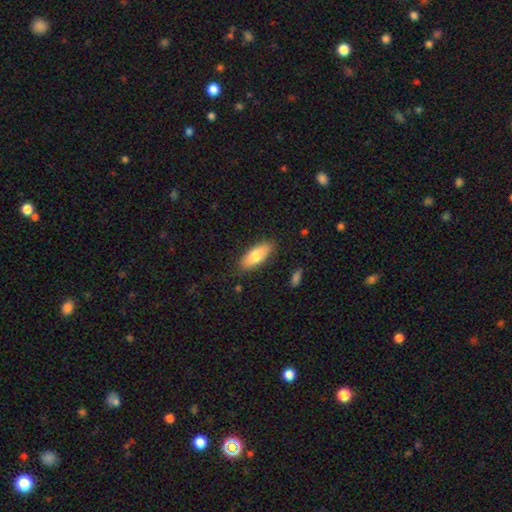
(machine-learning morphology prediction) A smooth galaxy with no disk features (77%) that is in between round and cigar-shaped (80%).

Vote fractions:
- Smooth or featured? smooth: 77% / featured or disk: 17% / star or artifact: 6%
- How rounded? in between: 80% / cigar-shaped: 18% / round: 2%
- Merging? none: 85% / minor disturbance: 12% / major disturbance: 2% / merger: 1%